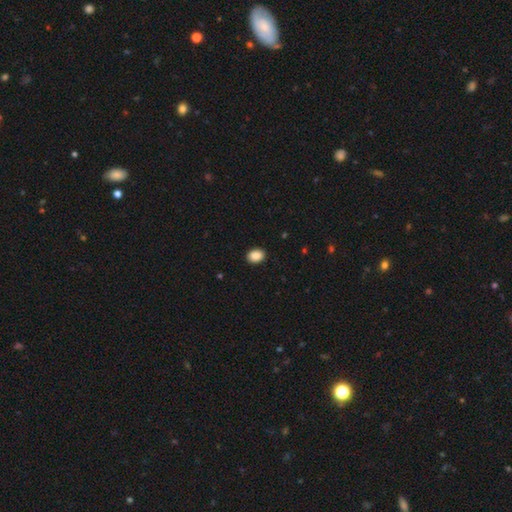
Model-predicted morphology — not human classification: Smooth or featured?
  - smooth: 89% *
  - star or artifact: 8%
  - featured or disk: 3%
How rounded?
  - in between: 68% *
  - round: 31%
  - cigar-shaped: 1%
Merging?
  - none: 91% *
  - minor disturbance: 6%
  - major disturbance: 2%
  - merger: 1%